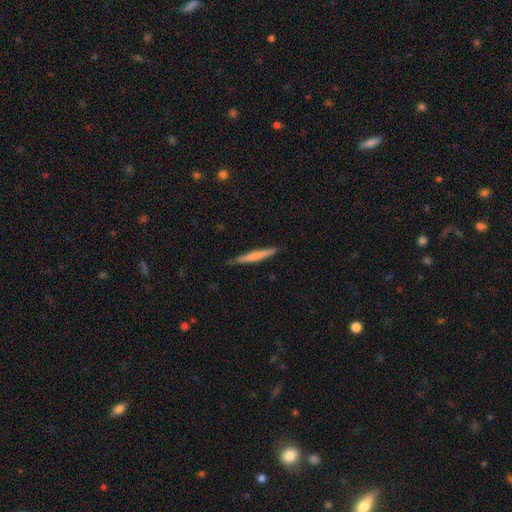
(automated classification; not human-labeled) Overall: smooth (63%; featured or disk 32%). How rounded: cigar-shaped (95%). Merging: none (83%).